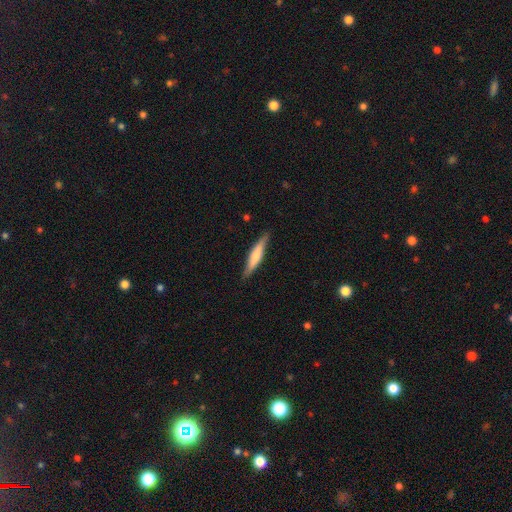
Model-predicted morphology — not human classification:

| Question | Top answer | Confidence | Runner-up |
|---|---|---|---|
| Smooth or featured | smooth | 57% | featured or disk (38%) |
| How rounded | cigar-shaped | 88% | in between (10%) |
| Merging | none | 85% | minor disturbance (11%) |